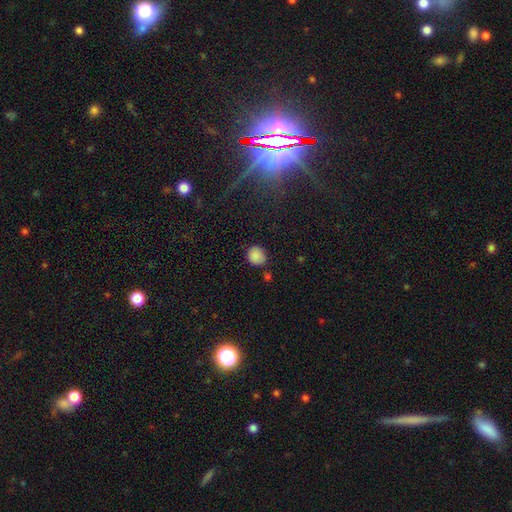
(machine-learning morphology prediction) smooth-or-featured: smooth: 86% | star or artifact: 10% | featured or disk: 4%
  how-rounded: round: 84% | in between: 15% | cigar-shaped: 1%
  merging: none: 81% | minor disturbance: 12% | merger: 4% | major disturbance: 3%